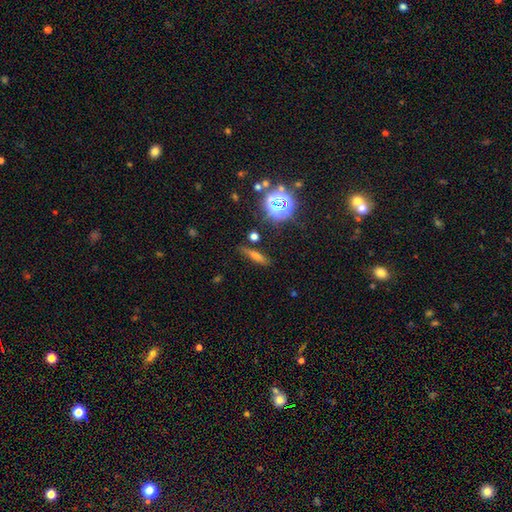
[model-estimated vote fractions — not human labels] This is marginally a smooth galaxy (43%). Merging: clearly none (84%).